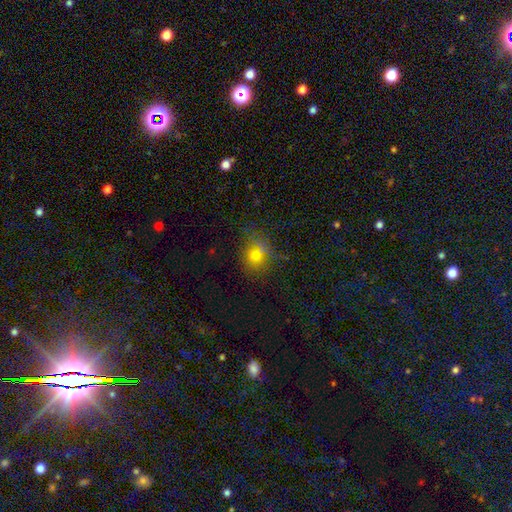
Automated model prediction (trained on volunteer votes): This appears to be a smooth galaxy with no disk features (70%) that is round (73%). Merging: none (62%).